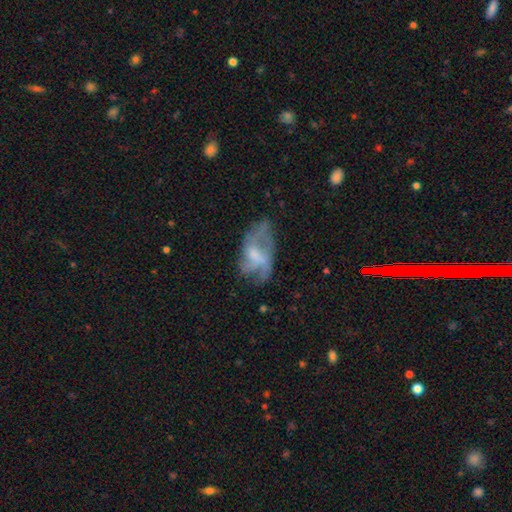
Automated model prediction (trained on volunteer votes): The model was most divided on "bulge size": moderate: 36%, small: 31%, none: 25%, large: 6%, dominant: 1%. Remaining: edge-on disk — no (95%); spiral arms — yes (67%); smooth or featured — featured or disk (63%); bar — no (54%); merging — none (43%).